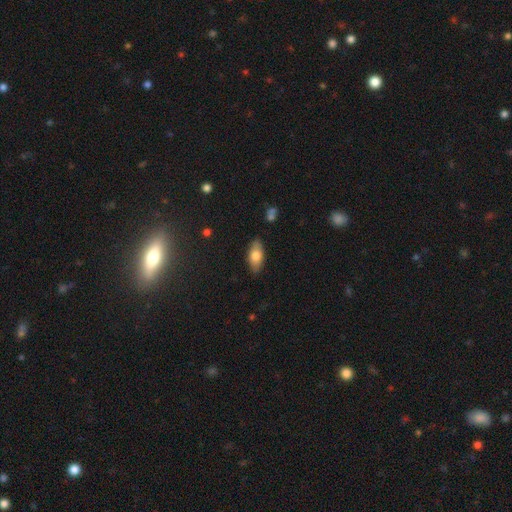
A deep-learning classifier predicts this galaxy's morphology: A smooth galaxy with no disk features (74%) that is in between round and cigar-shaped (89%). Merging: none (85%).